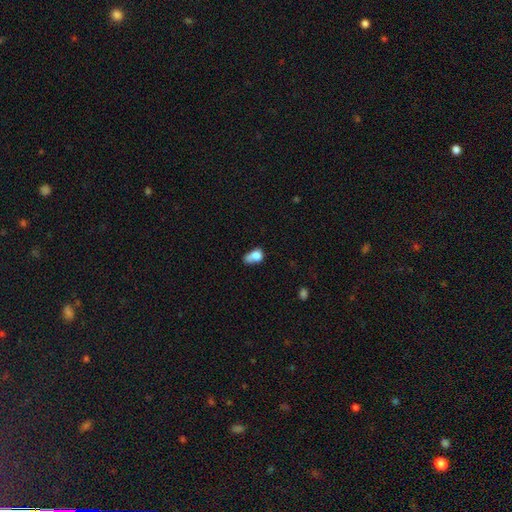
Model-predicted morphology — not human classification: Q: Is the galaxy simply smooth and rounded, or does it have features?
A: smooth — 75%.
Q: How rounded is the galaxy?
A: in between — 67%.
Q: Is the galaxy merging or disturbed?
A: merger — 28%.